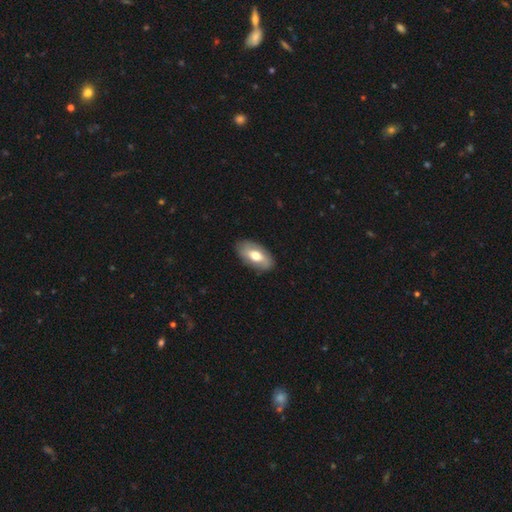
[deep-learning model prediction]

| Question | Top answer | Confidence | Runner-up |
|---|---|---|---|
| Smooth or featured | smooth | 60% | featured or disk (34%) |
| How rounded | in between | 92% | cigar-shaped (4%) |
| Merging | none | 85% | minor disturbance (12%) |